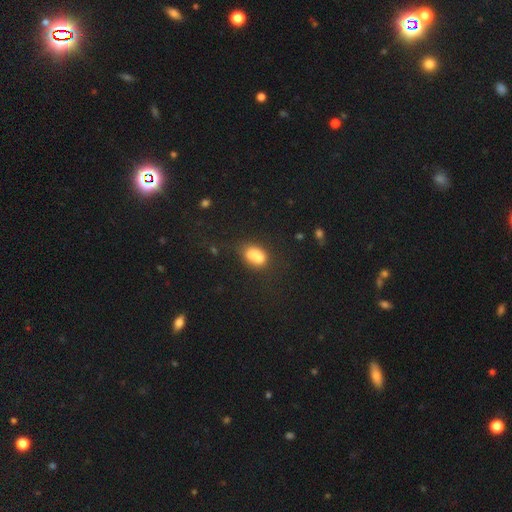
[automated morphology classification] type=smooth (69%); roundness=in between (68%); merging=merger (50%).